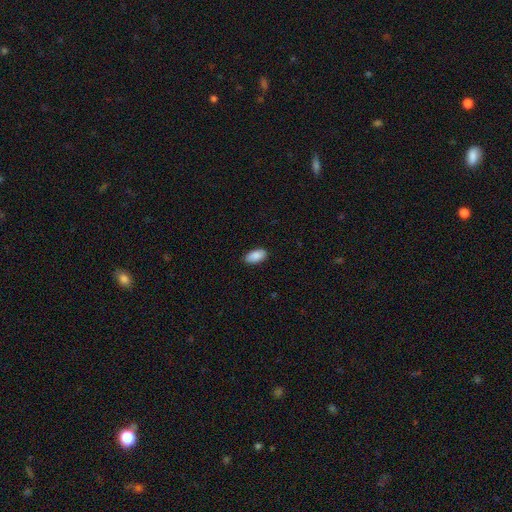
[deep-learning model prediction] Q: Smooth or featured?
A: smooth (89%); runner-up: star or artifact (6%)
Q: How rounded?
A: in between (94%); runner-up: cigar-shaped (3%)
Q: Merging?
A: none (88%); runner-up: minor disturbance (9%)